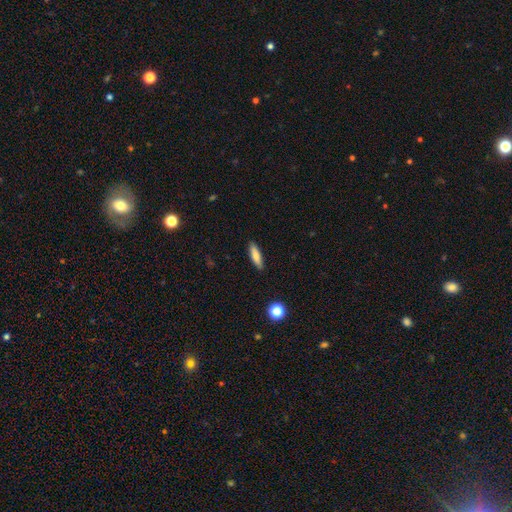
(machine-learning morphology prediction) Smooth or featured? smooth (78%)
How rounded? cigar-shaped (64%)
Merging? none (88%)